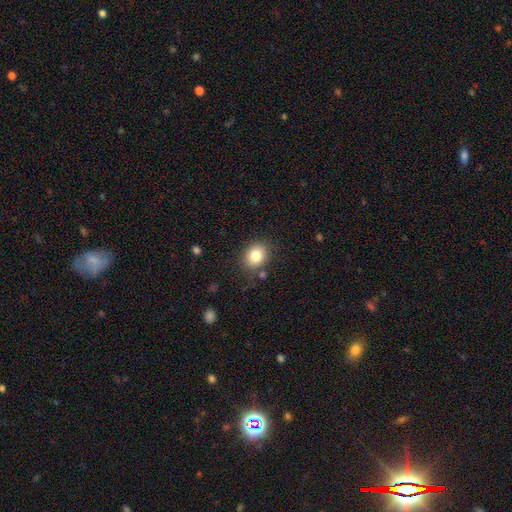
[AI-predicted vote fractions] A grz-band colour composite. It shows a smooth galaxy with no disk features (83%) that is round (57%). Merging: none (79%).